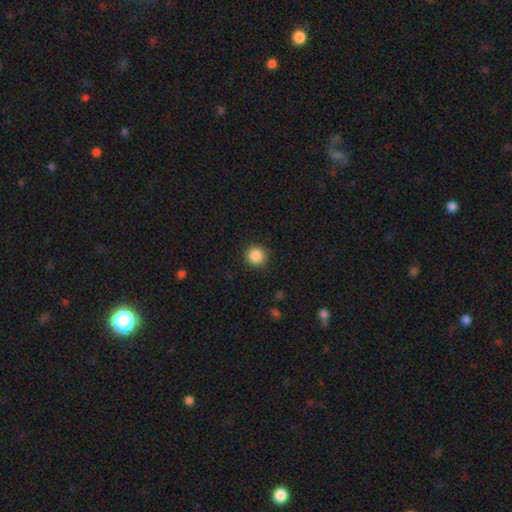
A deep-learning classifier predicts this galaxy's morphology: A smooth galaxy with no disk features (87%) that is round (93%).

Vote fractions:
- Smooth or featured? smooth: 87% / star or artifact: 10% / featured or disk: 3%
- How rounded? round: 93% / in between: 6% / cigar-shaped: 1%
- Merging? none: 91% / minor disturbance: 6% / major disturbance: 2% / merger: 1%